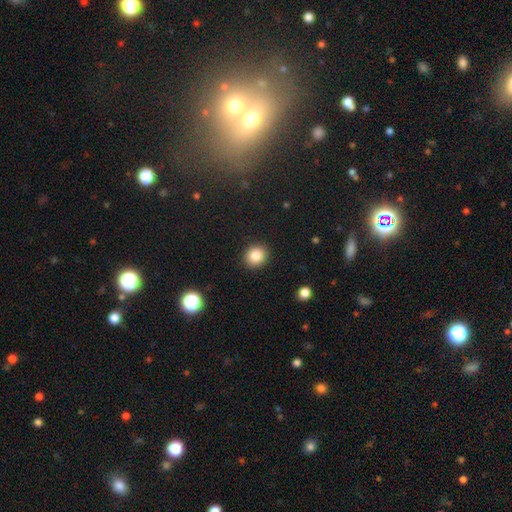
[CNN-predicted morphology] This is clearly a smooth galaxy (85%). How rounded: likely round (79%). Merging: clearly none (91%).